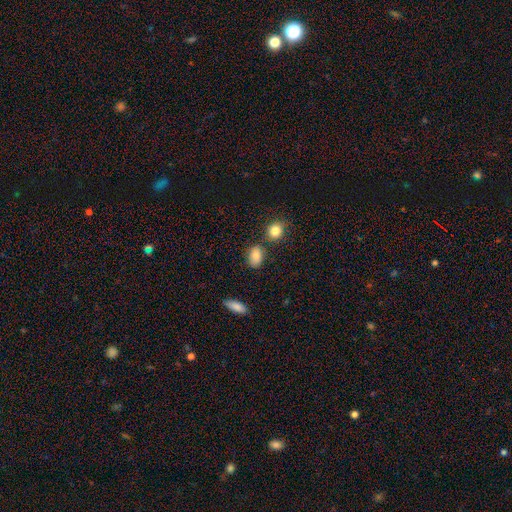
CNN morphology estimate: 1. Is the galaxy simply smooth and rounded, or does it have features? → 84% smooth, 10% star or artifact, 6% featured or disk.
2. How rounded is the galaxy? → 79% in between, 19% round, 2% cigar-shaped.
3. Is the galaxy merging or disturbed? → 75% none, 14% minor disturbance, 8% merger, 3% major disturbance.